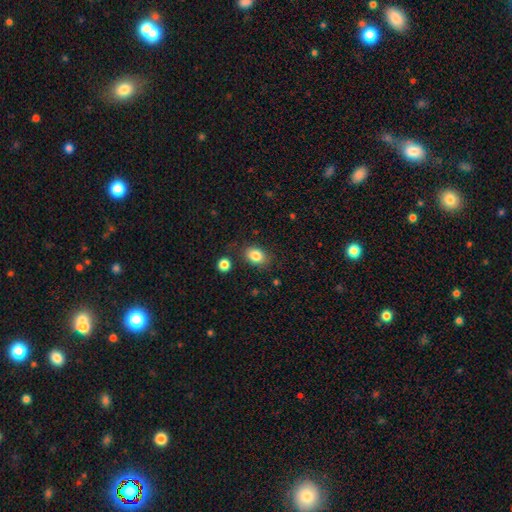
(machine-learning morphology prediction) Smooth or featured: smooth — 84% (star or artifact — 9%)
How rounded: in between — 71% (round — 28%)
Merging: none — 79% (minor disturbance — 13%)